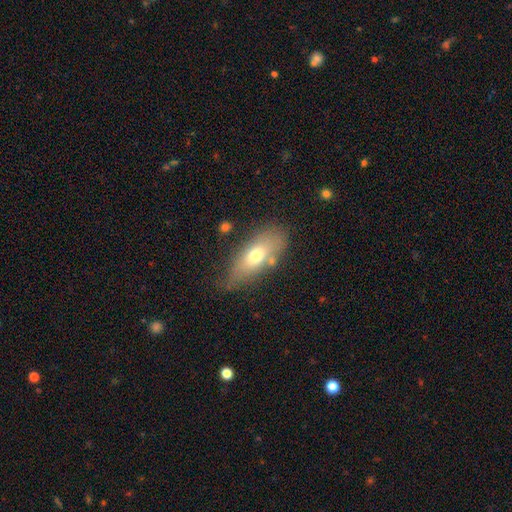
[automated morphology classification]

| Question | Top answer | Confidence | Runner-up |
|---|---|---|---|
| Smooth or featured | smooth | 66% | featured or disk (26%) |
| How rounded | in between | 78% | cigar-shaped (18%) |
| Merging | none | 65% | minor disturbance (22%) |